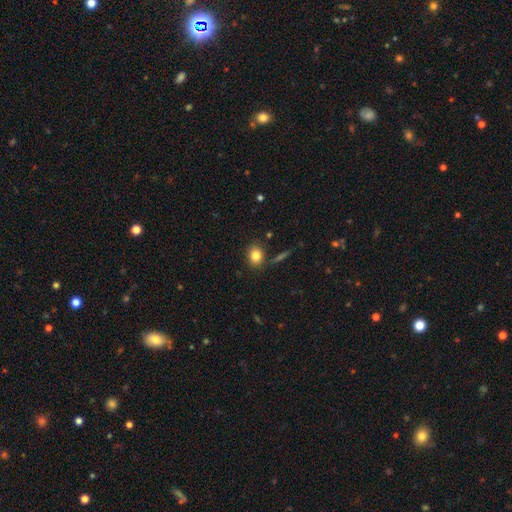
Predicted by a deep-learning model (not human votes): Smooth or featured?
  - smooth: 82% *
  - star or artifact: 10%
  - featured or disk: 8%
How rounded?
  - round: 50% *
  - in between: 49%
  - cigar-shaped: 1%
Merging?
  - none: 82% *
  - minor disturbance: 10%
  - merger: 4%
  - major disturbance: 3%